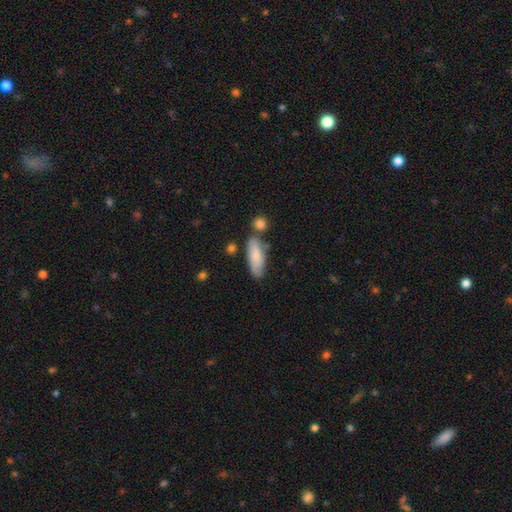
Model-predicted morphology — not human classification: type=smooth (76%); roundness=in between (64%); merging=none (64%).